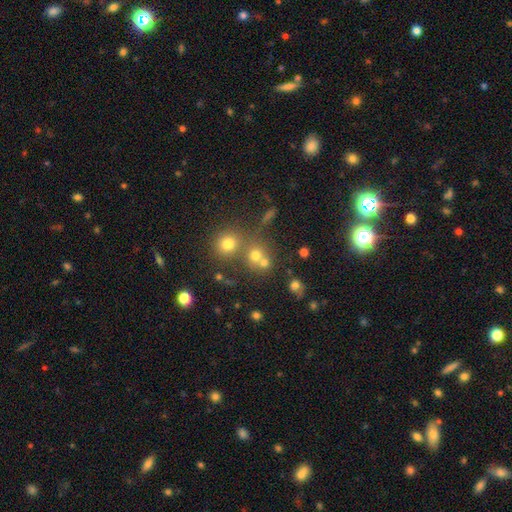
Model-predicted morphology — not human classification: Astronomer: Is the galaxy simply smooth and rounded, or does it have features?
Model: smooth — 69%.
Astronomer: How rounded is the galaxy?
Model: round — 85%.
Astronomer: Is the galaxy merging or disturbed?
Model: none — 54% (runner-up: merger, 34%).